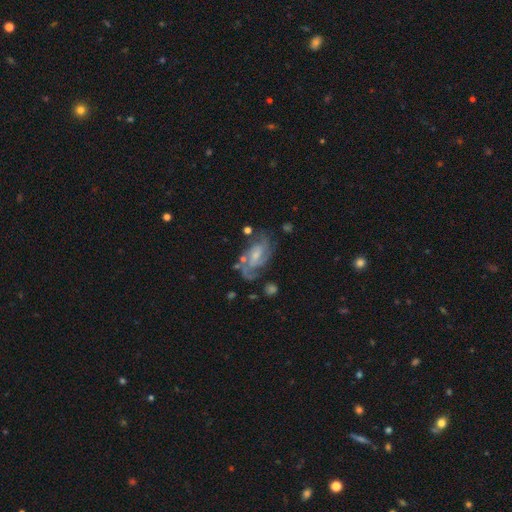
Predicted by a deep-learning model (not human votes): Q: Smooth or featured?
A: featured or disk (83%); runner-up: smooth (10%)
Q: Edge-on disk?
A: no (96%); runner-up: yes (4%)
Q: Bar?
A: weak (44%); runner-up: no (43%)
Q: Spiral arms?
A: yes (95%); runner-up: no (5%)
Q: Spiral winding?
A: medium (46%); runner-up: tight (40%)
Q: Spiral arm count?
A: 2 (45%); runner-up: 3 (22%)
Q: Bulge size?
A: small (51%); runner-up: moderate (34%)
Q: Merging?
A: none (62%); runner-up: minor disturbance (20%)